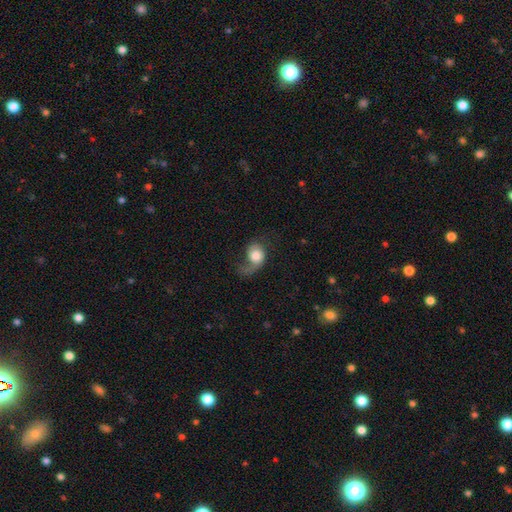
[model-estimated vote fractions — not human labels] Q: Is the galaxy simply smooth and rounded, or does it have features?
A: smooth — 58%.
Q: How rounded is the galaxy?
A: round — 57%.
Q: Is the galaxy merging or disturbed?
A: major disturbance — 46%.